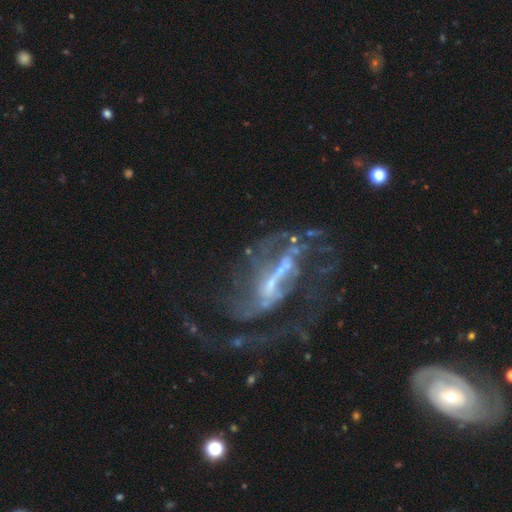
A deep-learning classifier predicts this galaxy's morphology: Overall: featured or disk (82%). Edge-on disk: no (88%). Bar: strong (55%; weak 29%). Spiral arms: yes (80%). Spiral arm count: 2 (38%; can't tell 33%). Spiral winding: medium (41%; loose 33%). Bulge size: small (46%; moderate 26%). Merging: major disturbance (41%; none 38%).